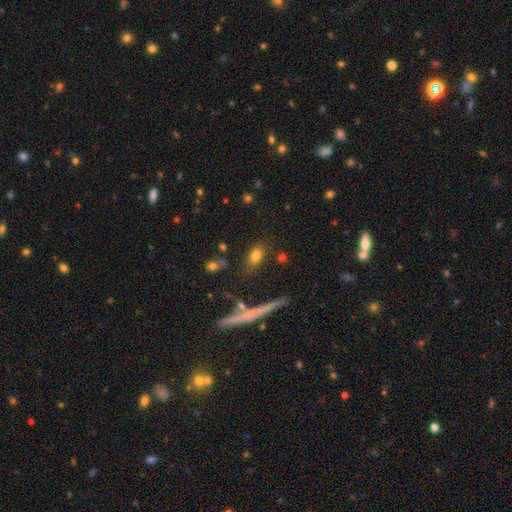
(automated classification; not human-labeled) Smooth or featured?
  - smooth: 76% *
  - featured or disk: 12%
  - star or artifact: 11%
How rounded?
  - in between: 71% *
  - round: 18%
  - cigar-shaped: 11%
Merging?
  - none: 76% *
  - minor disturbance: 13%
  - merger: 6%
  - major disturbance: 5%